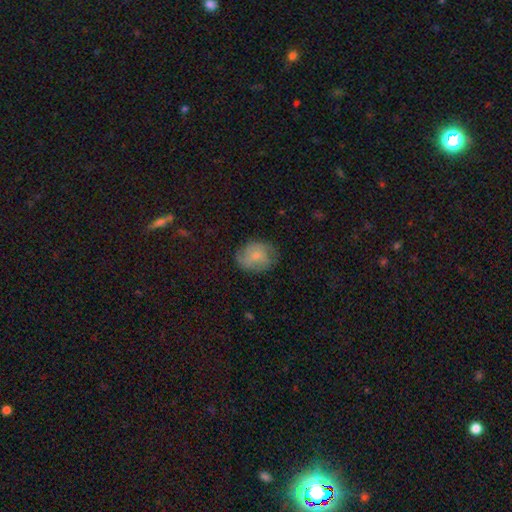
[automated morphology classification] A smooth galaxy with no disk features (61%) that is round (51%).

Vote fractions:
- Smooth or featured? smooth: 61% / featured or disk: 31% / star or artifact: 8%
- How rounded? round: 51% / in between: 48% / cigar-shaped: 1%
- Merging? none: 67% / minor disturbance: 23% / major disturbance: 8% / merger: 1%